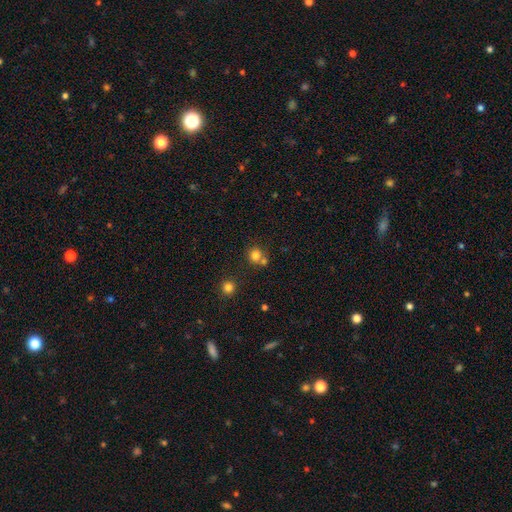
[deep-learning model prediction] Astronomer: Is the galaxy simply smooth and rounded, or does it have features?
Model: smooth — 79%.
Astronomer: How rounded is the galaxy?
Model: round — 87%.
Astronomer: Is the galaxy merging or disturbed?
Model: none — 59%.